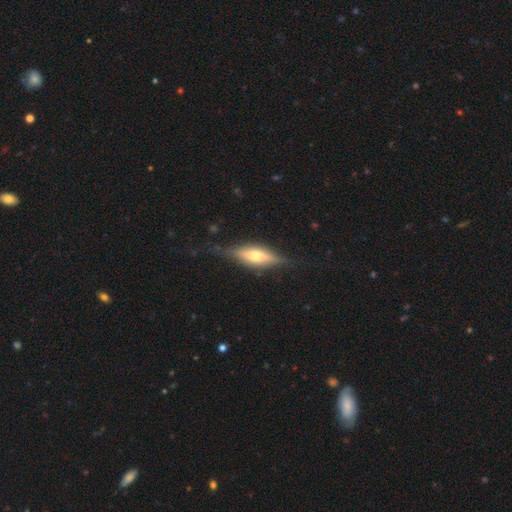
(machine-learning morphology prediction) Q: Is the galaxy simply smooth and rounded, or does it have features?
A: featured or disk — 61%.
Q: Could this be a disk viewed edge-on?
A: yes — 92%.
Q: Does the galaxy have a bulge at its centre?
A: rounded — 87%.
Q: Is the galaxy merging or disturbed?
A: none — 78%.